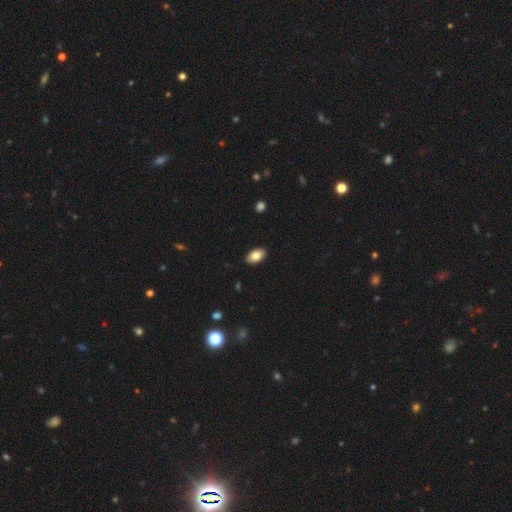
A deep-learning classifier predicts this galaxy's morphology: type=smooth (83%); roundness=in between (93%); merging=none (89%).